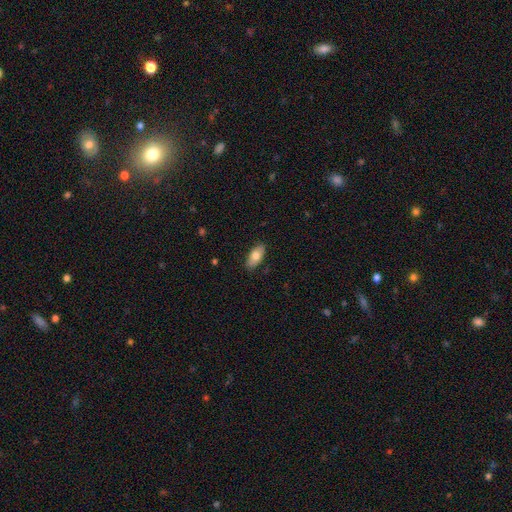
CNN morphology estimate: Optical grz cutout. It shows a smooth galaxy with no disk features (76%) that is in between round and cigar-shaped (90%). Merging: none (87%).